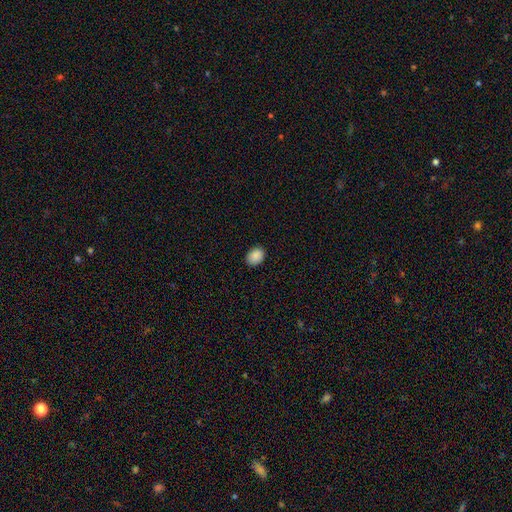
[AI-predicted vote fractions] Overall: smooth (89%). How rounded: in between (70%). Merging: none (86%).